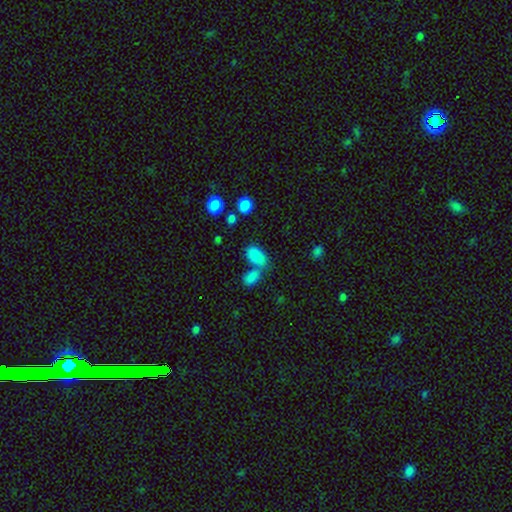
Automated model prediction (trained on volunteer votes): A smooth galaxy with no disk features (82%) that is in between round and cigar-shaped (90%). Merging: merger (41%).